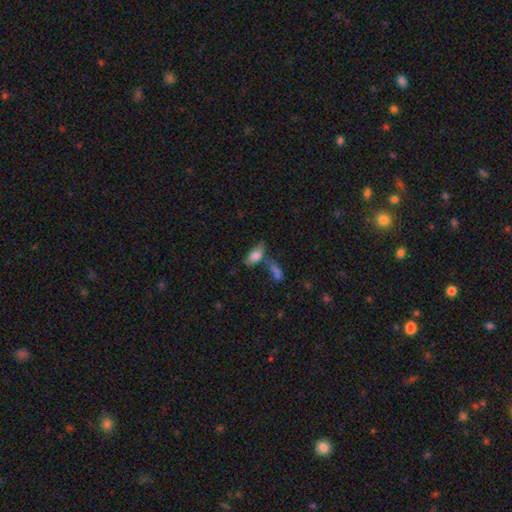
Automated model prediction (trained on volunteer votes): Smooth or featured? Predicted: smooth (p=0.77). How rounded? Predicted: in between (p=0.87). Merging? Predicted: none (p=0.51).